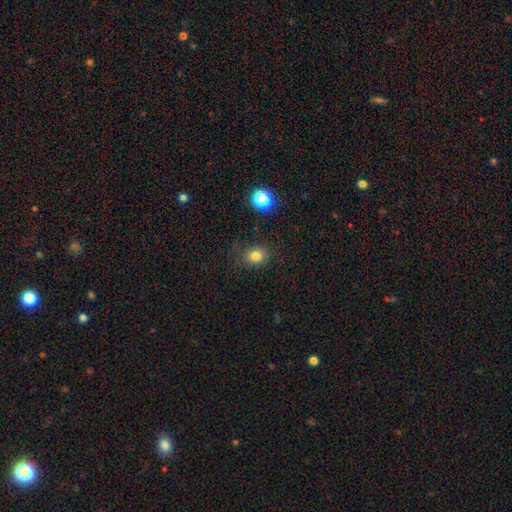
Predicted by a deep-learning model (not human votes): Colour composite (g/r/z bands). It shows a smooth galaxy with no disk features (80%) that is round (57%). Merging: none (78%).